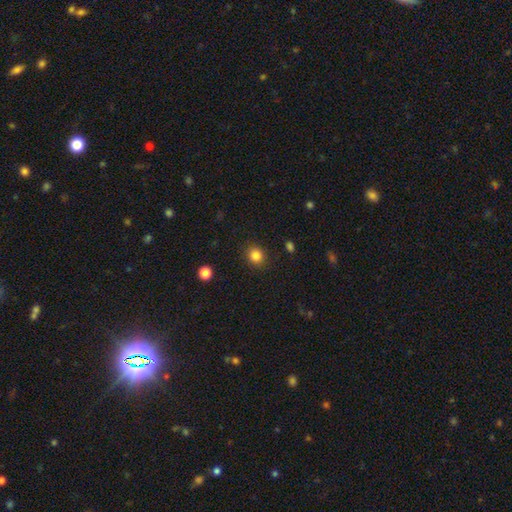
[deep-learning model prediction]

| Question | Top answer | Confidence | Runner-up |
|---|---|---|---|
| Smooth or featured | smooth | 84% | star or artifact (11%) |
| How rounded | round | 77% | in between (22%) |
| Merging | none | 89% | minor disturbance (7%) |